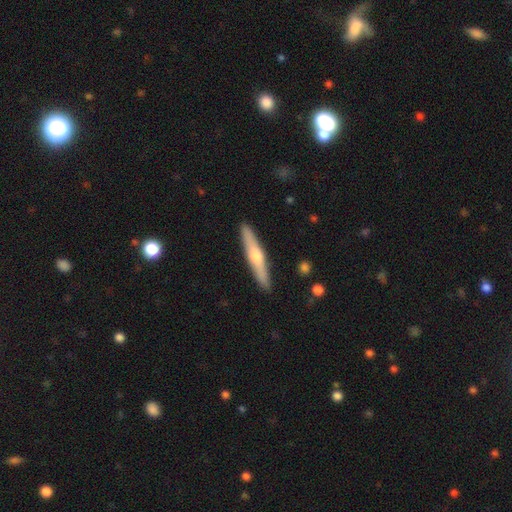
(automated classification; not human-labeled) Smooth or featured? featured or disk (56%)
Edge-on disk? yes (94%)
Edge-on bulge? rounded (88%)
Merging? none (91%)